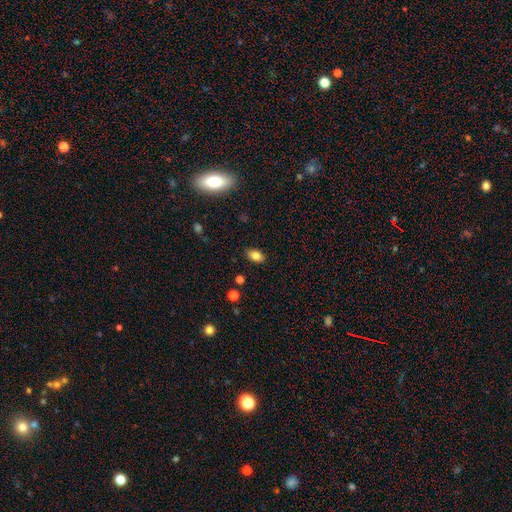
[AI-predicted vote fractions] Smooth or featured? Predicted: smooth (p=0.82). How rounded? Predicted: in between (p=0.86). Merging? Predicted: none (p=0.87).